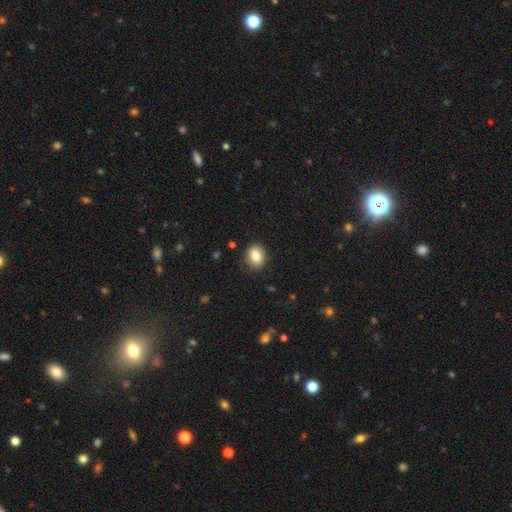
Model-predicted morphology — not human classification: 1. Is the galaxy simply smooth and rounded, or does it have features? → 83% smooth, 9% star or artifact, 8% featured or disk.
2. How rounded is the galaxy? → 50% round, 49% in between, 1% cigar-shaped.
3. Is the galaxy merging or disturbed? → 88% none, 9% minor disturbance, 2% major disturbance, 1% merger.